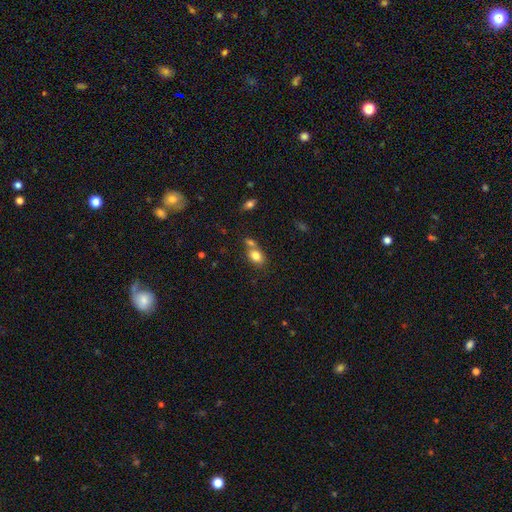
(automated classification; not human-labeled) The model was most divided on "merging": none: 48%, merger: 35%, minor disturbance: 12%, major disturbance: 4%. More confident: smooth or featured — smooth (81%); how rounded — in between (73%).